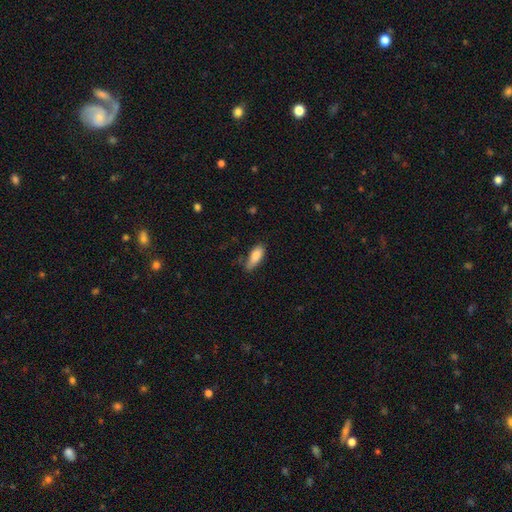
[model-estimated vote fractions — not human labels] Smooth or featured? smooth (85%)
How rounded? in between (75%)
Merging? none (57%)